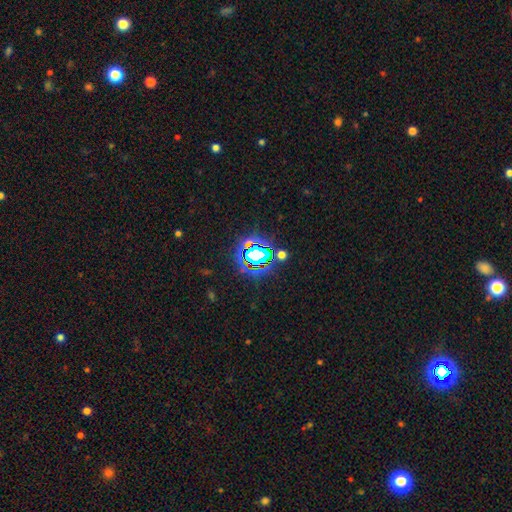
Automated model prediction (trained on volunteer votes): smooth_or_featured: star or artifact (p=0.71) [alt: smooth p=0.17]